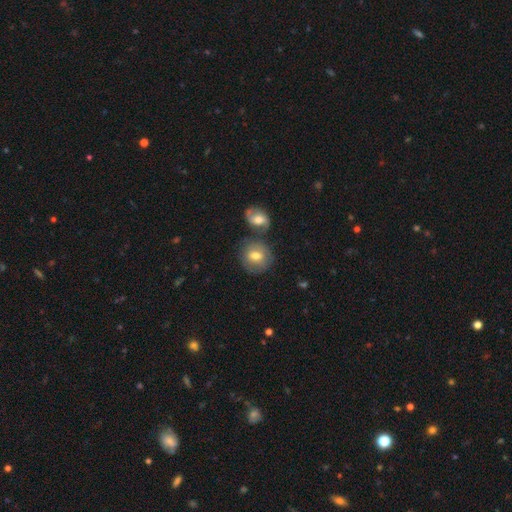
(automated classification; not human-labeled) Overall: smooth (67%). How rounded: round (81%). Merging: none (62%).